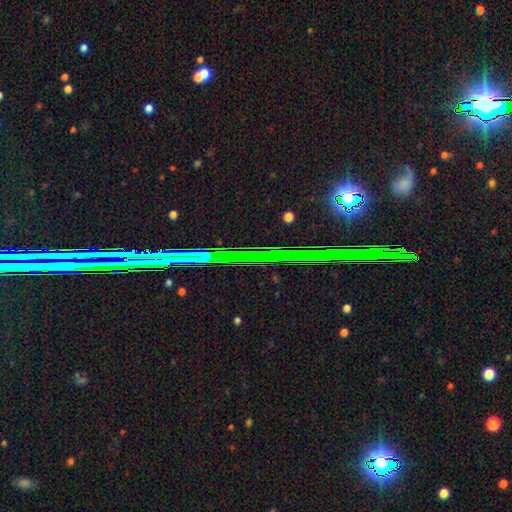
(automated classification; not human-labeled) Smooth or featured?
  - star or artifact: 77% *
  - featured or disk: 14%
  - smooth: 9%